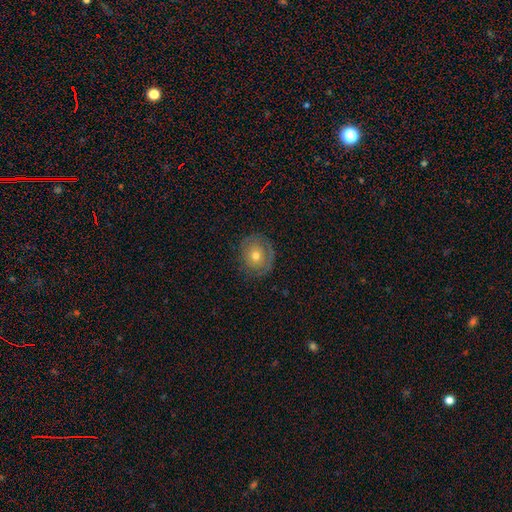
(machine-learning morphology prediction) Q: Smooth or featured?
A: smooth (52%); runner-up: featured or disk (38%)
Q: How rounded?
A: round (74%); runner-up: in between (25%)
Q: Merging?
A: none (77%); runner-up: minor disturbance (16%)